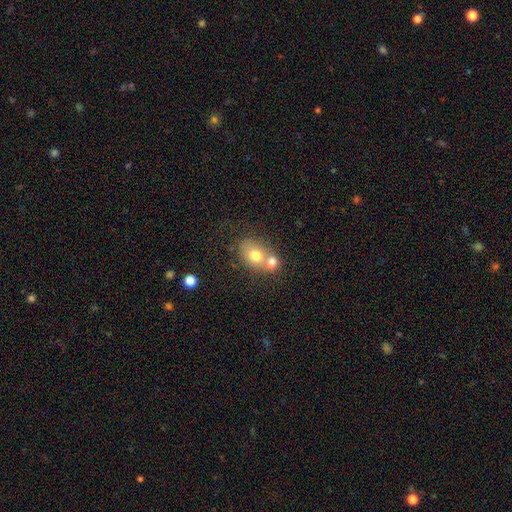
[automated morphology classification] Smooth or featured? Predicted: smooth (p=0.71). How rounded? Predicted: in between (p=0.51). Merging? Predicted: merger (p=0.59).